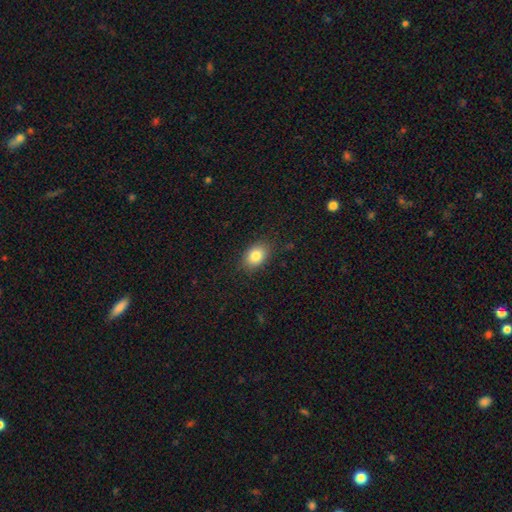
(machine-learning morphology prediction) Smooth or featured? Predicted: smooth (p=0.83). How rounded? Predicted: in between (p=0.77). Merging? Predicted: none (p=0.84).